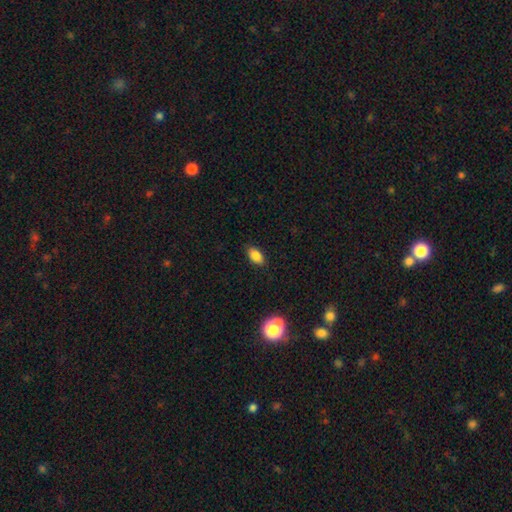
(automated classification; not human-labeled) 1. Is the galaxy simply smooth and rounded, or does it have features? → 84% smooth, 10% star or artifact, 6% featured or disk.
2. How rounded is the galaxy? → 91% in between, 6% round, 3% cigar-shaped.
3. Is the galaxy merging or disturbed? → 86% none, 11% minor disturbance, 2% major disturbance, 1% merger.